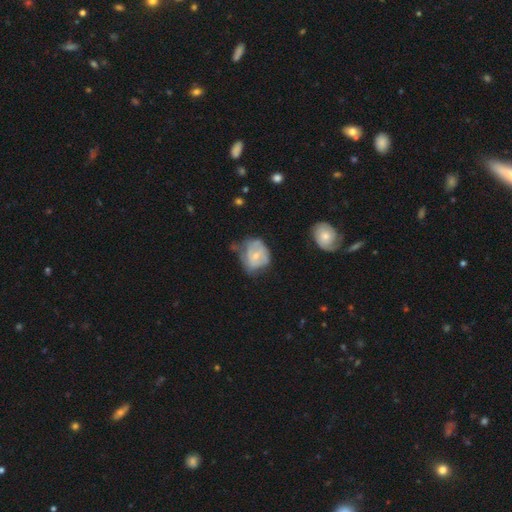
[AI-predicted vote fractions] Smooth or featured? featured or disk (50%)
Merging? minor disturbance (35%)